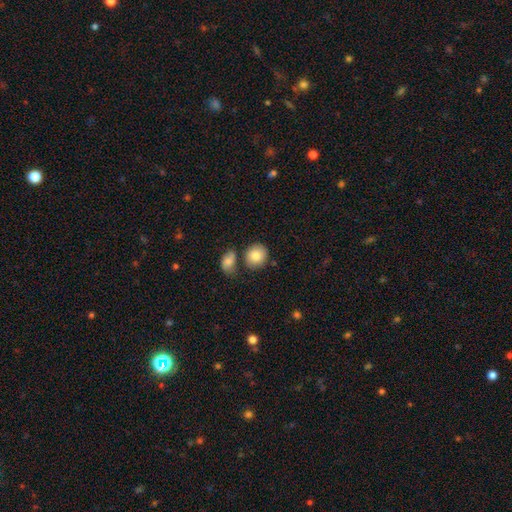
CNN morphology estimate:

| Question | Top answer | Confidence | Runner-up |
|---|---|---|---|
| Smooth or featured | smooth | 85% | featured or disk (7%) |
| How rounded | round | 79% | in between (20%) |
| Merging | none | 66% | merger (17%) |